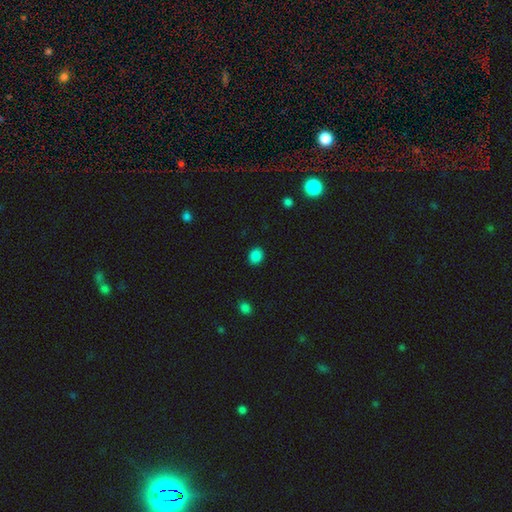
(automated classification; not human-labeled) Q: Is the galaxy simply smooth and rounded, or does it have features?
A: smooth — 86%.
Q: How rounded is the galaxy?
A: round — 61%.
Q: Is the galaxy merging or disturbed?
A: none — 90%.